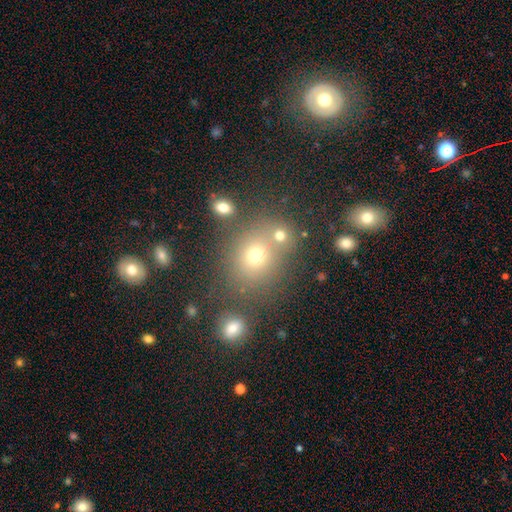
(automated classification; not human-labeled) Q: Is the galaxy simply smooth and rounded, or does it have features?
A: smooth — 65%.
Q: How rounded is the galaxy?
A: round — 72%.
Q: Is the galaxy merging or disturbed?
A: none — 67%.